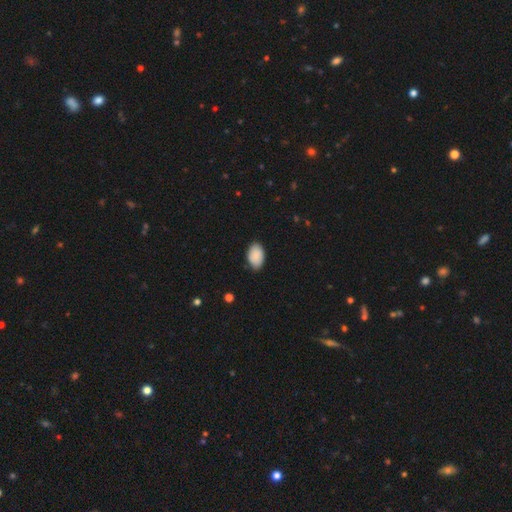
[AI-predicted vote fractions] smooth-or-featured: smooth: 89% | star or artifact: 6% | featured or disk: 5%
  how-rounded: in between: 91% | round: 8% | cigar-shaped: 1%
  merging: none: 81% | minor disturbance: 15% | major disturbance: 2% | merger: 1%